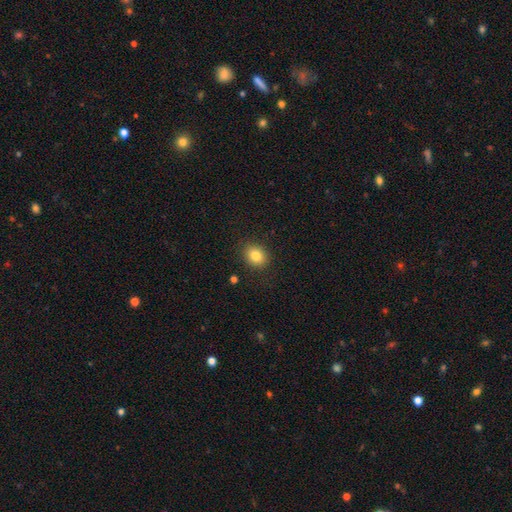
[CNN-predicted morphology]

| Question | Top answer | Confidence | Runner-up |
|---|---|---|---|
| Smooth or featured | smooth | 83% | star or artifact (10%) |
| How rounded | round | 57% | in between (43%) |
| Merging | none | 88% | minor disturbance (8%) |